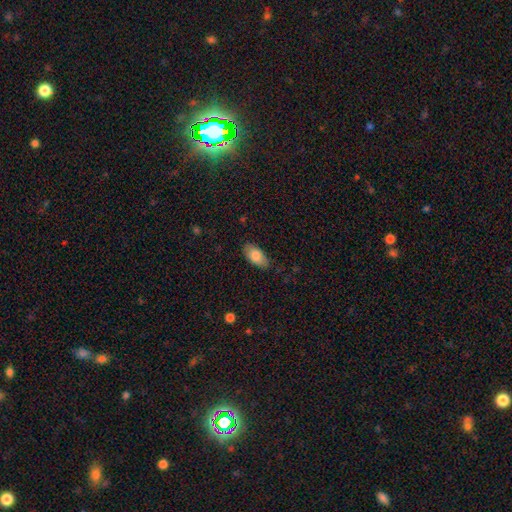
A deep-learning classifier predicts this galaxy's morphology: This appears to be a smooth galaxy with no disk features (84%) that is in between round and cigar-shaped (93%). Merging: none (80%).